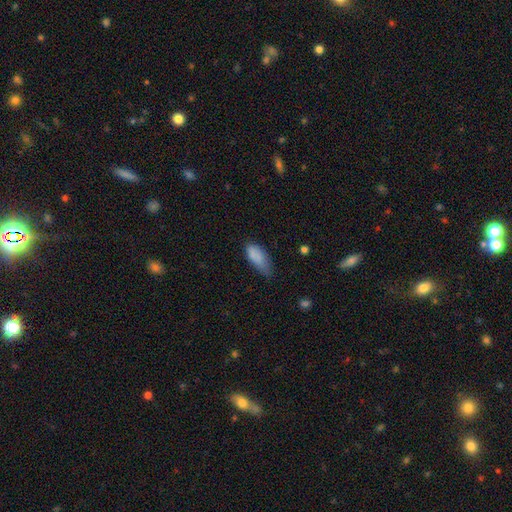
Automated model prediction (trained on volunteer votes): A smooth galaxy with no disk features (84%) that is in between round and cigar-shaped (83%). Merging: minor disturbance (45%).